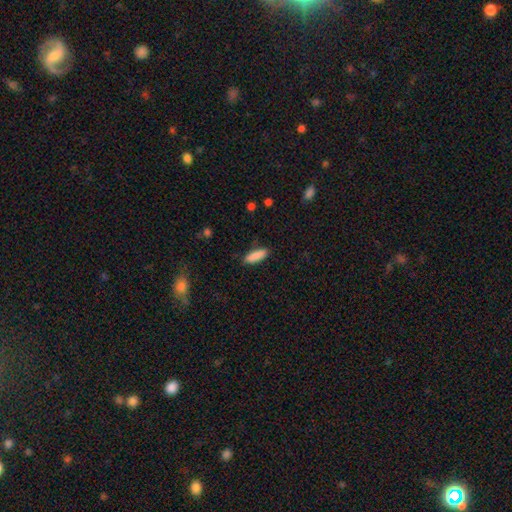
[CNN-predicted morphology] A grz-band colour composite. It shows a smooth galaxy with no disk features (88%) that is cigar-shaped (53%). Merging: none (86%).